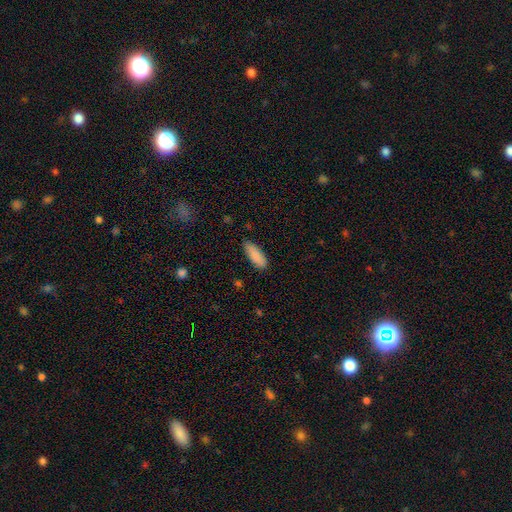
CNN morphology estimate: smooth_or_featured: smooth (p=0.88) [alt: star or artifact p=0.06]
how_rounded: in between (p=0.69) [alt: cigar-shaped p=0.29]
merging: none (p=0.80) [alt: minor disturbance p=0.16]